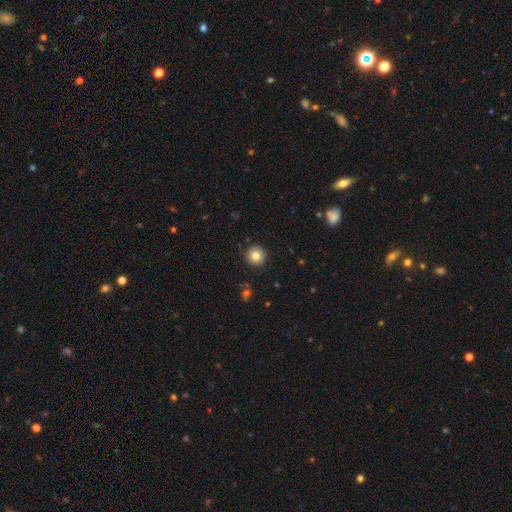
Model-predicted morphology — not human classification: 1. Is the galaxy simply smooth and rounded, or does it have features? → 84% smooth, 10% star or artifact, 6% featured or disk.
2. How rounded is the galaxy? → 95% round, 4% in between, 1% cigar-shaped.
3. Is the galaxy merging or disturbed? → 90% none, 6% minor disturbance, 2% major disturbance, 1% merger.